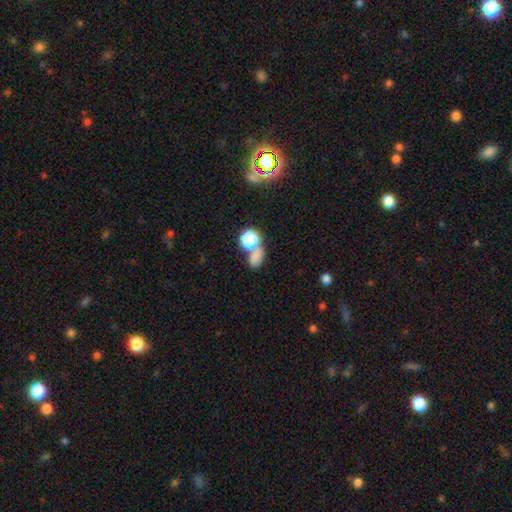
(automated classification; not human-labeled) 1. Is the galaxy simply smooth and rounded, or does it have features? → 68% smooth, 23% star or artifact, 8% featured or disk.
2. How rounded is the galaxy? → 65% in between, 32% round, 3% cigar-shaped.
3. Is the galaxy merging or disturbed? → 45% none, 36% merger, 11% minor disturbance, 7% major disturbance.